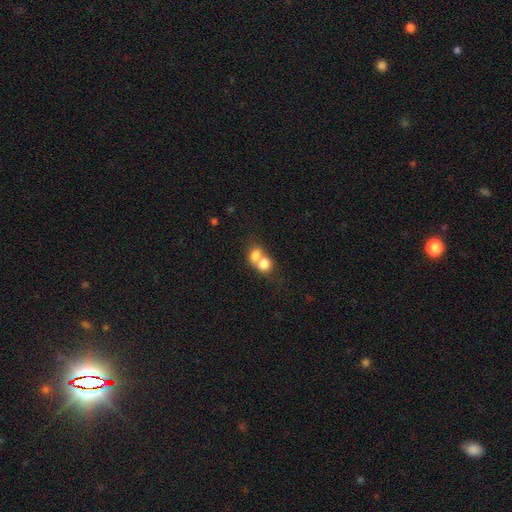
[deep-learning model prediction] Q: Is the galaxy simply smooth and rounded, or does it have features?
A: smooth — 74%.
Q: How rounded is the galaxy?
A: round — 60%.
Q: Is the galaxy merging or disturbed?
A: merger — 70%.